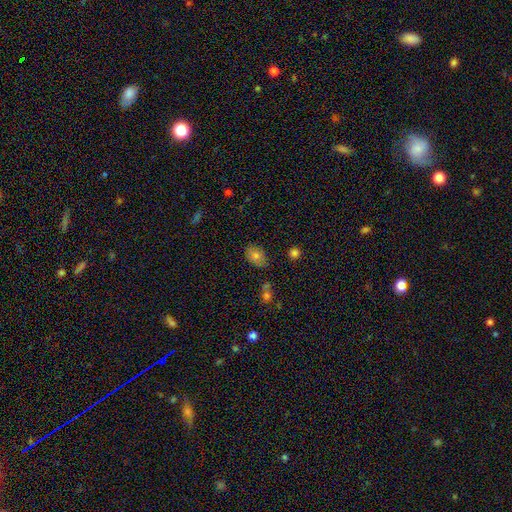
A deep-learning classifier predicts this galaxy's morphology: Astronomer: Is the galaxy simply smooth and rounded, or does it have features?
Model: smooth — 78%.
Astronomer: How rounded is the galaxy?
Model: in between — 79%.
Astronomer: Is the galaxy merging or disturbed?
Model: none — 74%.